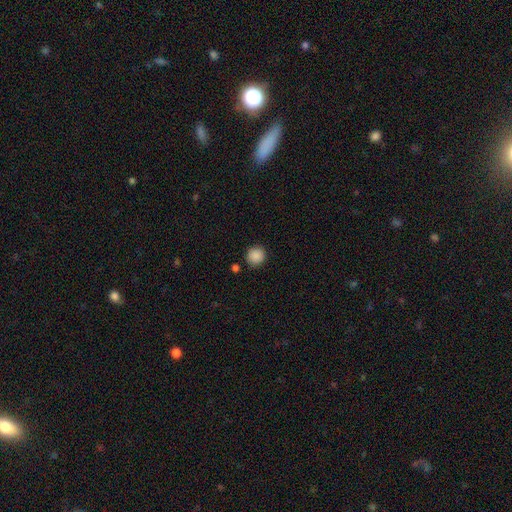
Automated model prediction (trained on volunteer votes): This appears to be a smooth galaxy with no disk features (89%) that is round (93%). Merging: none (89%).